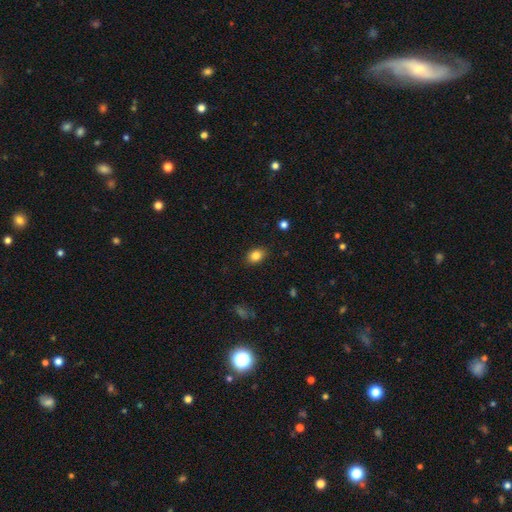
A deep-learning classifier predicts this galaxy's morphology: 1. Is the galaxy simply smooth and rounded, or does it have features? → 84% smooth, 10% star or artifact, 6% featured or disk.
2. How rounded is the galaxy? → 66% in between, 33% round, 1% cigar-shaped.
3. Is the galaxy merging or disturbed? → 87% none, 10% minor disturbance, 2% major disturbance, 1% merger.